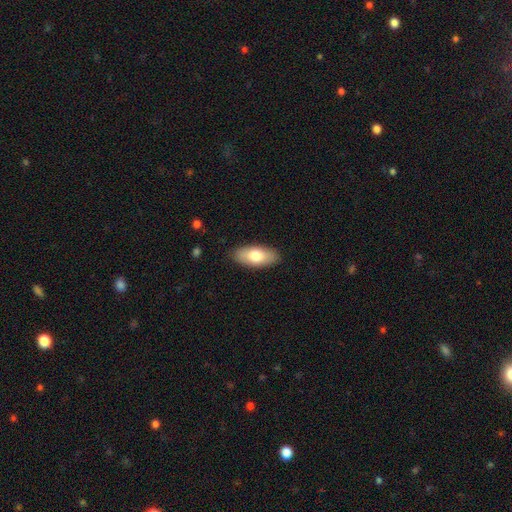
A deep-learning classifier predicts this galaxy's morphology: A smooth galaxy with no disk features (76%) that is in between round and cigar-shaped (88%).

Vote fractions:
- Smooth or featured? smooth: 76% / featured or disk: 19% / star or artifact: 6%
- How rounded? in between: 88% / cigar-shaped: 10% / round: 3%
- Merging? none: 88% / minor disturbance: 9% / major disturbance: 2% / merger: 1%